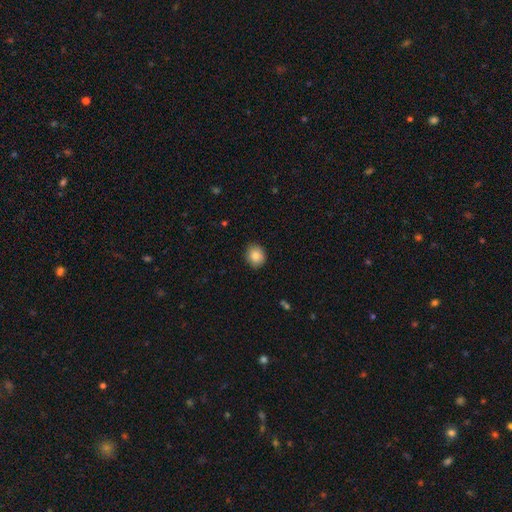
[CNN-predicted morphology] This appears to be a smooth galaxy with no disk features (86%) that is round (68%). Merging: none (87%).